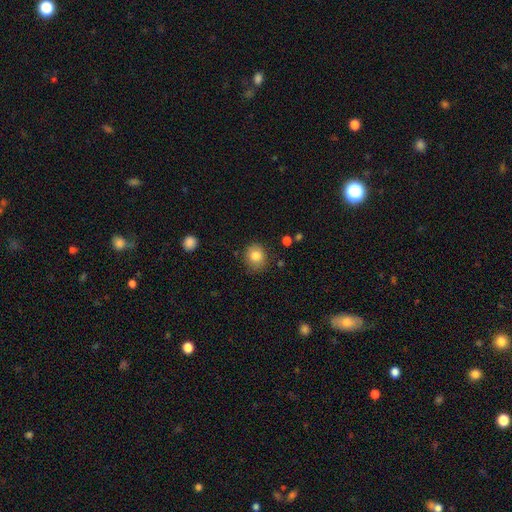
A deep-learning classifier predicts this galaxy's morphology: Overall: smooth (82%). How rounded: round (77%). Merging: none (81%).